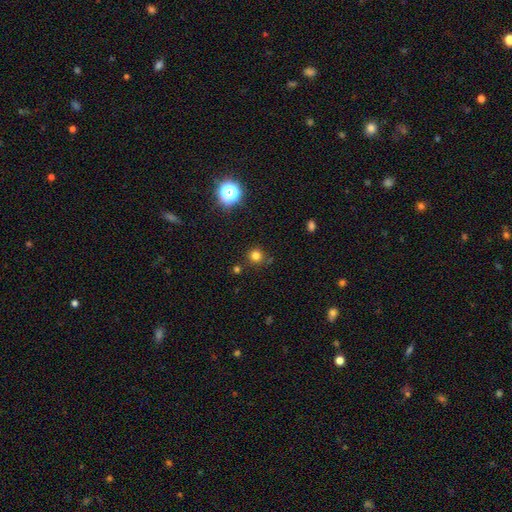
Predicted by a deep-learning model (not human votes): Smooth or featured? Predicted: smooth (p=0.77). How rounded? Predicted: round (p=0.94). Merging? Predicted: none (p=0.84).